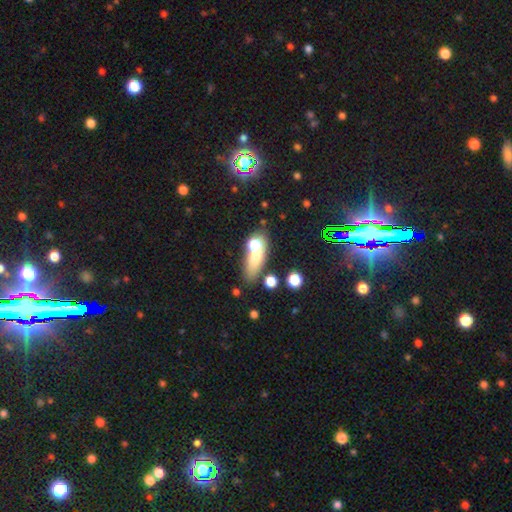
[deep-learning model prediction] The model was most divided on "merging": none: 42%, merger: 40%, minor disturbance: 11%, major disturbance: 6%. More confident: how rounded — in between (62%); smooth or featured — smooth (60%).